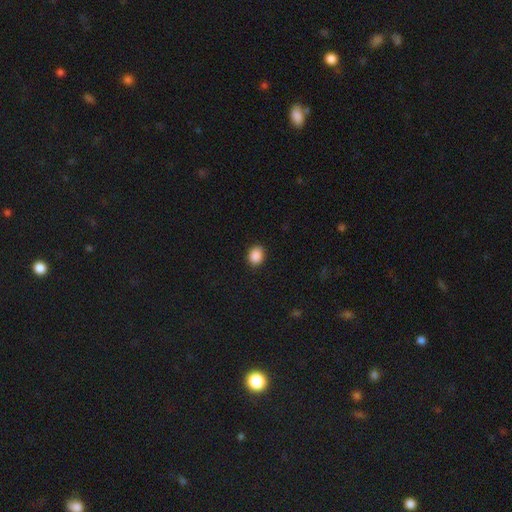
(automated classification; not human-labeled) Morphology: type=smooth (89%); roundness=round (51%); merging=none (89%).